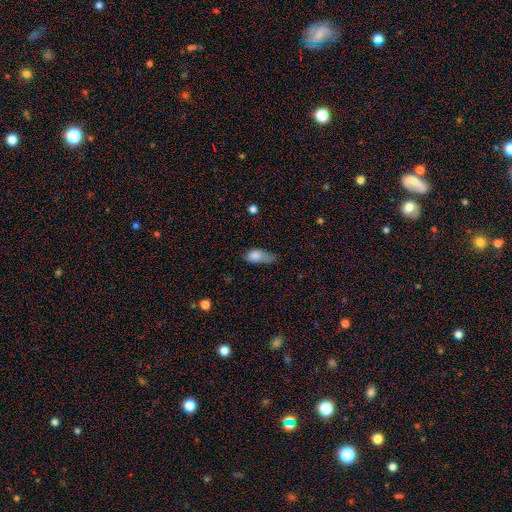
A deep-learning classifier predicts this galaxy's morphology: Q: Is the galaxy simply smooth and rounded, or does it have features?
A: smooth — 79%.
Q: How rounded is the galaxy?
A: in between — 83%.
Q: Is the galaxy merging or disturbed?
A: minor disturbance — 40%.